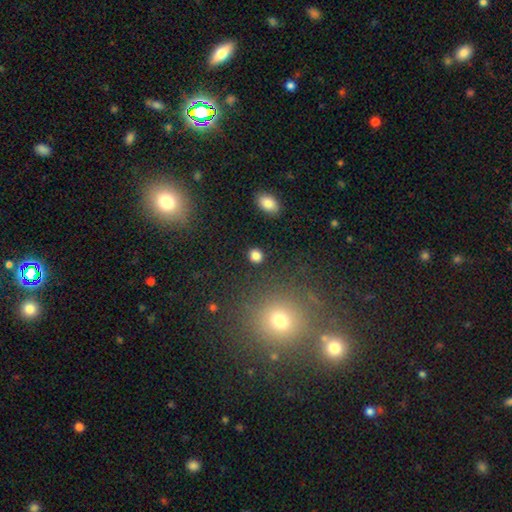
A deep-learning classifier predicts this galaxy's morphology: Smooth or featured? smooth (83%)
How rounded? round (80%)
Merging? none (88%)